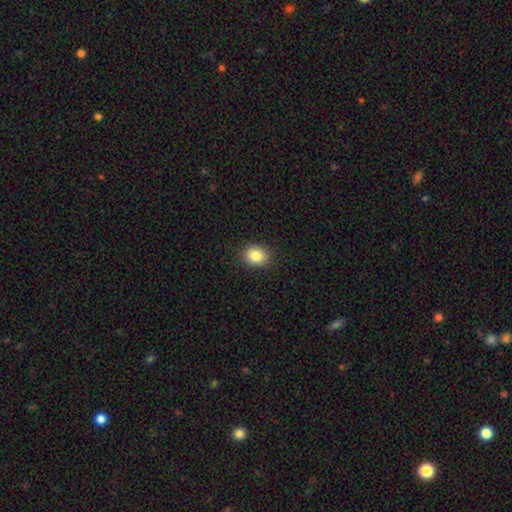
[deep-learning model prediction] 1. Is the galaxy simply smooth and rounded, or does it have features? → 85% smooth, 9% star or artifact, 6% featured or disk.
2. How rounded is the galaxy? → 51% in between, 48% round, 1% cigar-shaped.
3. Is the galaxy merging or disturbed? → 89% none, 8% minor disturbance, 2% major disturbance, 1% merger.